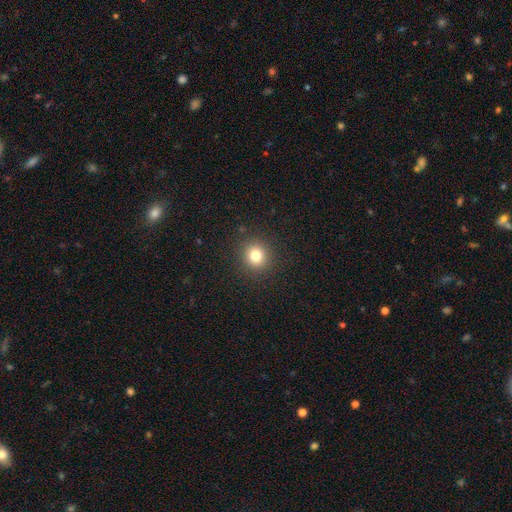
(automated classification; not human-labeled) A smooth galaxy with no disk features (80%) that is round (89%). Merging: none (90%).